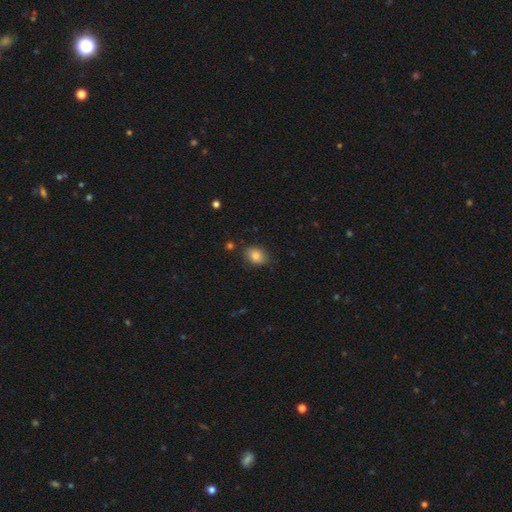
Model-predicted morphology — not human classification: Smooth or featured? smooth (84%)
How rounded? in between (75%)
Merging? none (79%)